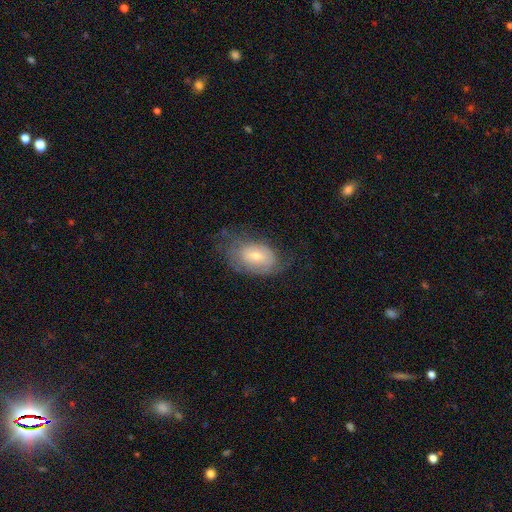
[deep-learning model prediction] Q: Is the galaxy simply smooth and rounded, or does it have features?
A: smooth — 49%.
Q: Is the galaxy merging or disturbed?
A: none — 51%.